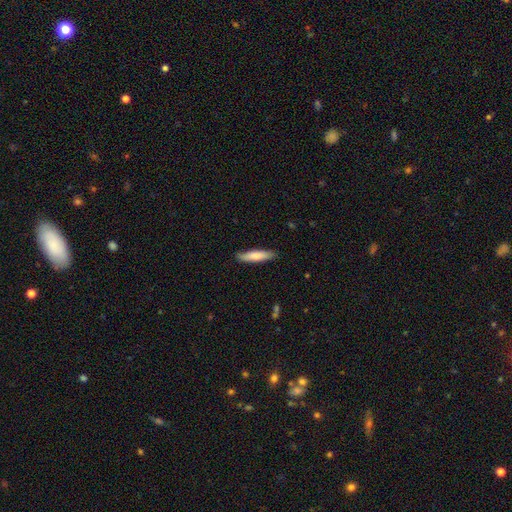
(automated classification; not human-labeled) Smooth or featured?
  - smooth: 75% *
  - featured or disk: 20%
  - star or artifact: 5%
How rounded?
  - cigar-shaped: 82% *
  - in between: 17%
  - round: 1%
Merging?
  - none: 86% *
  - minor disturbance: 11%
  - major disturbance: 2%
  - merger: 1%